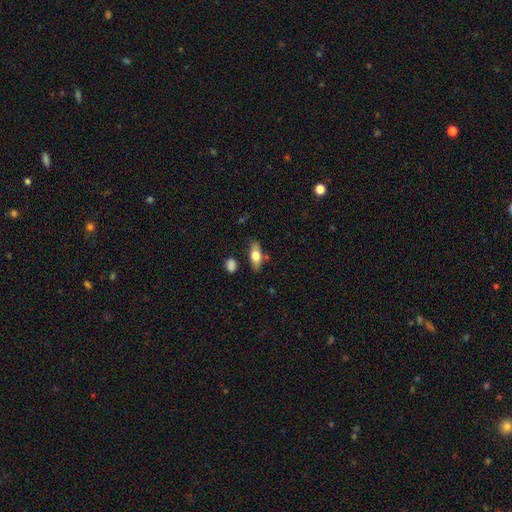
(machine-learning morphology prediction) smooth-or-featured: smooth: 65% | featured or disk: 28% | star or artifact: 7%
  how-rounded: in between: 72% | cigar-shaped: 23% | round: 4%
  merging: none: 76% | minor disturbance: 16% | merger: 4% | major disturbance: 4%